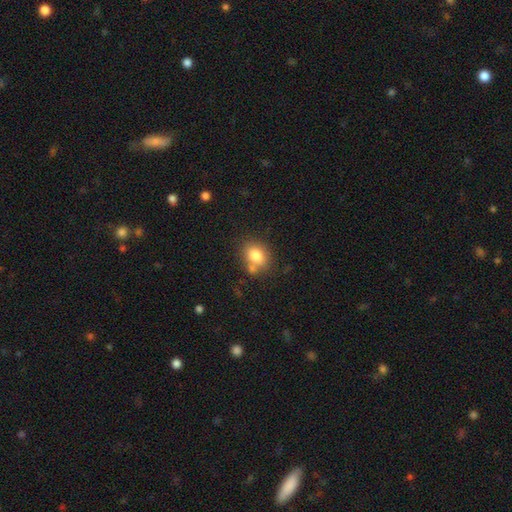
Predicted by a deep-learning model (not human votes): smooth 80%, featured or disk 11%, star or artifact 10%. Down the decision tree: how rounded — in between (54%); merging — none (62%).